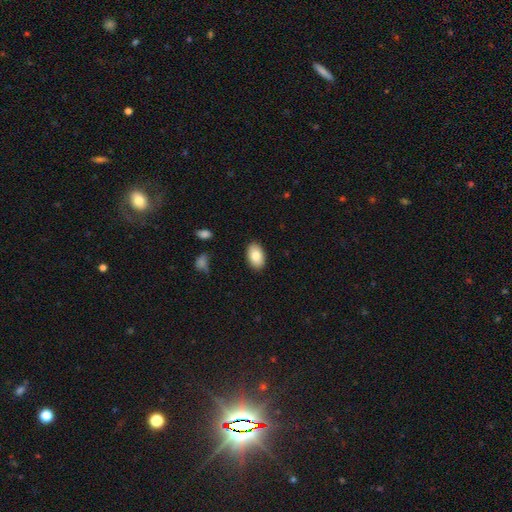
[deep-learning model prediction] smooth 84%, featured or disk 9%, star or artifact 7%. Down the decision tree: how rounded — in between (93%); merging — none (88%).